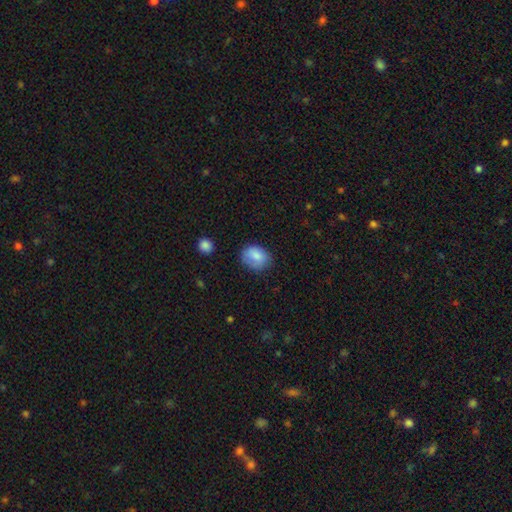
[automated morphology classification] Smooth or featured: smooth — 84% (featured or disk — 9%)
How rounded: in between — 59% (round — 40%)
Merging: none — 70% (minor disturbance — 22%)